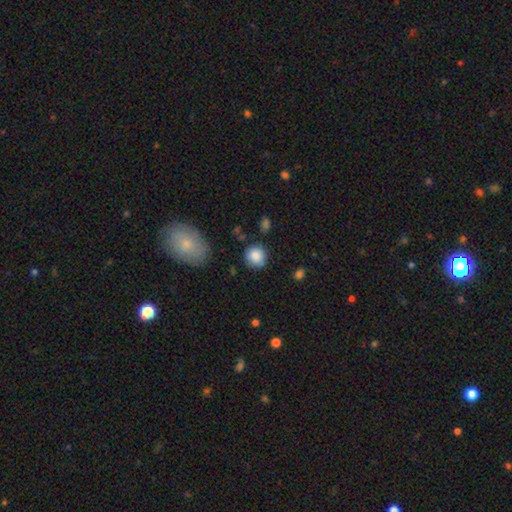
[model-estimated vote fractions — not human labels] The model was most divided on "merging": none: 82%, minor disturbance: 12%, major disturbance: 3%, merger: 3%. More confident: how rounded — round (89%); smooth or featured — smooth (86%).